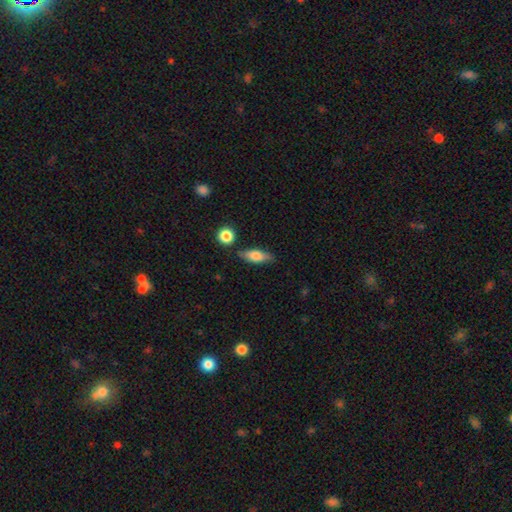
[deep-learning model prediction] The model was most divided on "how rounded": in between: 68%, cigar-shaped: 27%, round: 4%. More confident: merging — none (79%); smooth or featured — smooth (69%).